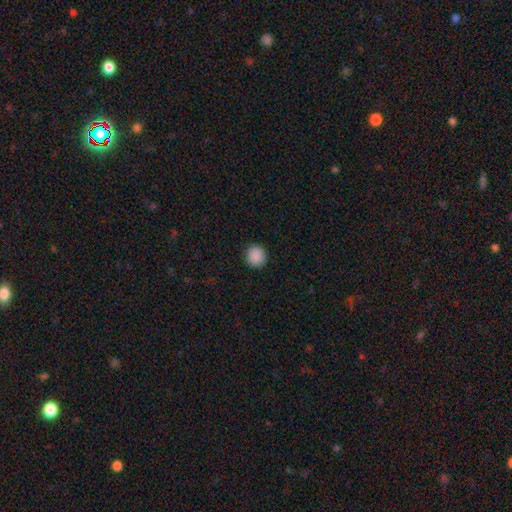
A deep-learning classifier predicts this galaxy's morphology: The model was most divided on "smooth or featured": smooth: 89%, star or artifact: 8%, featured or disk: 3%. More confident: how rounded — round (93%); merging — none (92%).